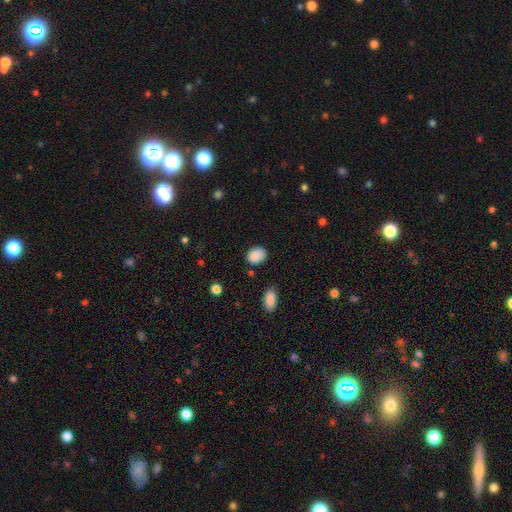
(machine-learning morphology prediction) Smooth or featured?
  - smooth: 88% *
  - star or artifact: 9%
  - featured or disk: 3%
How rounded?
  - in between: 59% *
  - round: 40%
  - cigar-shaped: 1%
Merging?
  - none: 79% *
  - minor disturbance: 15%
  - major disturbance: 3%
  - merger: 2%